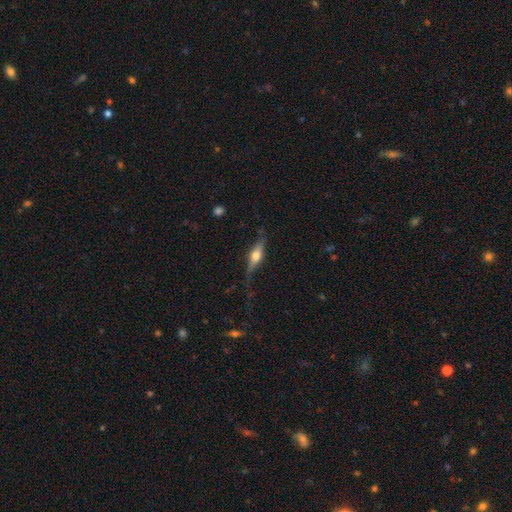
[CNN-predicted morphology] This is possibly a featured or disk galaxy (56%). It is clearly viewed edge-on (91%). Edge-on bulge: clearly rounded (94%). Merging: likely none (62%).